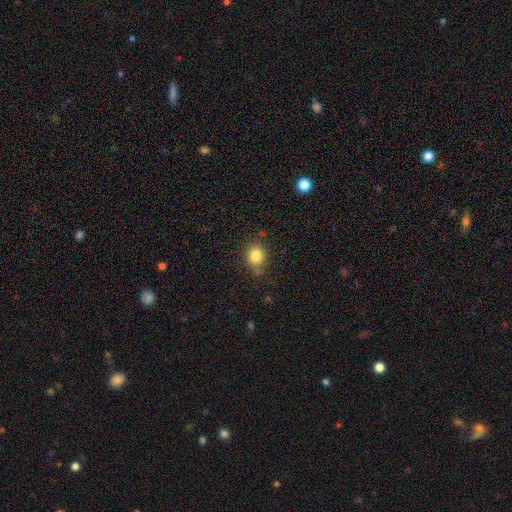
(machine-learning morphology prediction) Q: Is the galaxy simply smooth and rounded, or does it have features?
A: smooth — 82%.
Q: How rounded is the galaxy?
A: round — 74%.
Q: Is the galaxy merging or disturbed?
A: none — 77%.